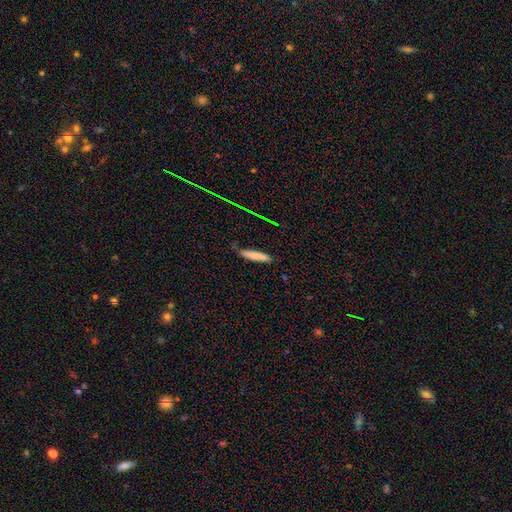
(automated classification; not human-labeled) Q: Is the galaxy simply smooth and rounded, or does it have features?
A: smooth — 79%.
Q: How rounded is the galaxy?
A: cigar-shaped — 84%.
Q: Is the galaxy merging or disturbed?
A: none — 78%.